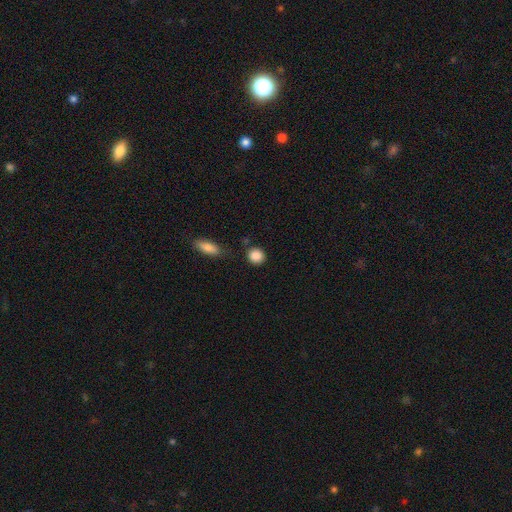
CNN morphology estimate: A smooth galaxy with no disk features (88%) that is round (83%). Merging: none (80%).